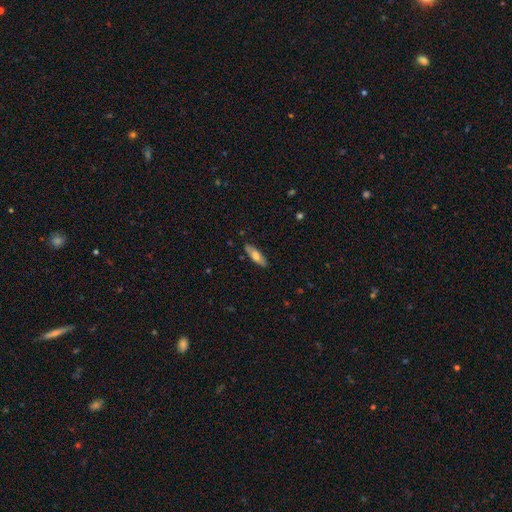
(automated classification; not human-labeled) This is likely a smooth galaxy (64%). How rounded: possibly cigar-shaped (49%, tied with in between). Merging: clearly none (82%).